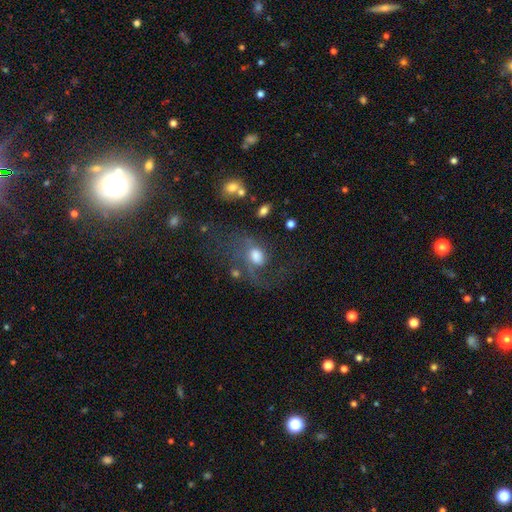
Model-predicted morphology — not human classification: The model was most divided on "bulge size": moderate: 43%, large: 35%, small: 10%, dominant: 7%, none: 5%. Remaining: edge-on disk — no (96%); spiral arms — yes (76%); bar — no (68%); smooth or featured — featured or disk (54%); merging — major disturbance (44%).